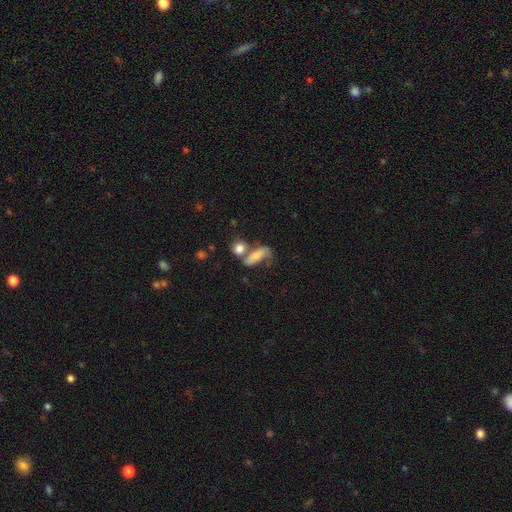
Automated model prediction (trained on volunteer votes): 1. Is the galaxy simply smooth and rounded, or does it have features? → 61% smooth, 29% featured or disk, 10% star or artifact.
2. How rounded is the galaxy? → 66% in between, 24% cigar-shaped, 10% round.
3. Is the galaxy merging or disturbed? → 37% merger, 30% none, 17% minor disturbance, 16% major disturbance.